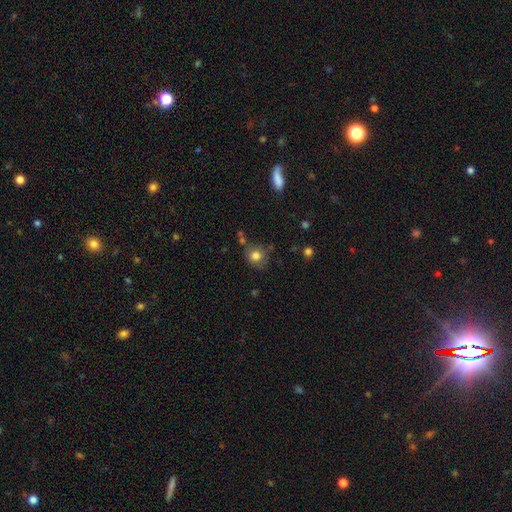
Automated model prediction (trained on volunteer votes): A smooth galaxy with no disk features (81%) that is round (84%).

Vote fractions:
- Smooth or featured? smooth: 81% / star or artifact: 11% / featured or disk: 8%
- How rounded? round: 84% / in between: 15% / cigar-shaped: 1%
- Merging? none: 71% / minor disturbance: 17% / merger: 7% / major disturbance: 5%